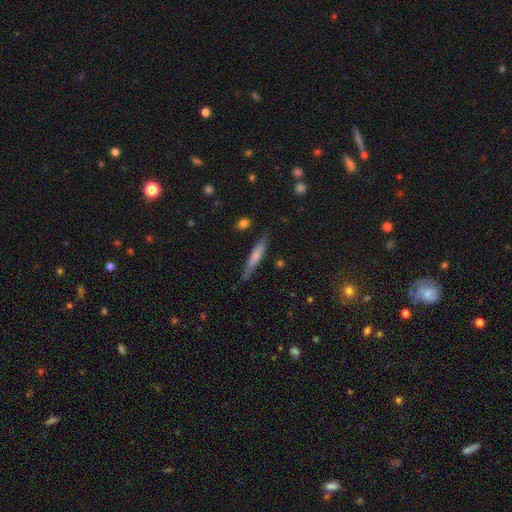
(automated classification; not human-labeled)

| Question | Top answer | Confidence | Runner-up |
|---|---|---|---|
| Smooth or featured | smooth | 60% | featured or disk (34%) |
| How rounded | cigar-shaped | 90% | in between (9%) |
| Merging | none | 77% | minor disturbance (18%) |